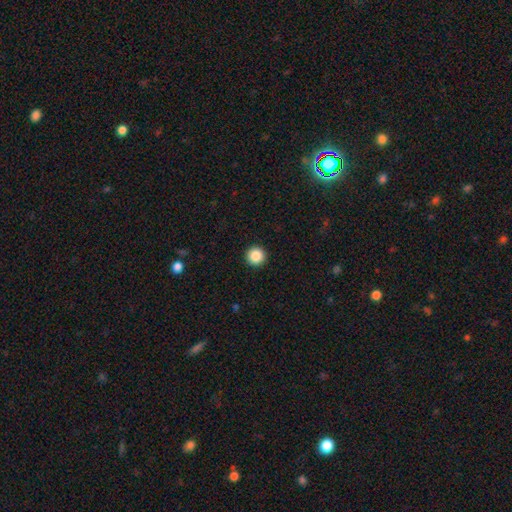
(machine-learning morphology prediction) Overall: smooth (88%). How rounded: round (96%). Merging: none (94%).